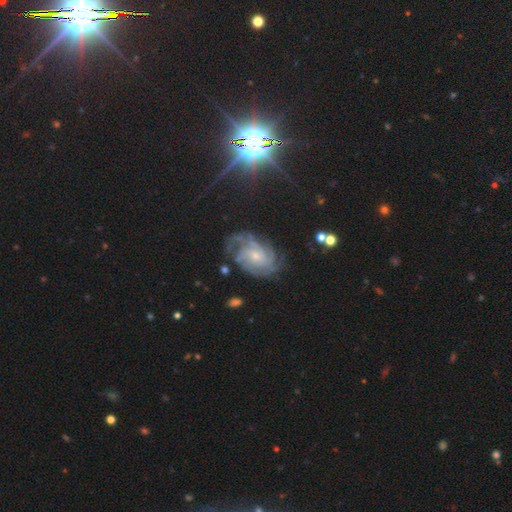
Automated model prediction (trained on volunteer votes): Overall: featured or disk (83%). Edge-on disk: no (97%). Bar: no (69%). Spiral arms: yes (96%). Spiral arm count: can't tell (30%; 4 23%). Spiral winding: tight (59%; medium 32%). Bulge size: small (63%; moderate 29%). Merging: none (68%).